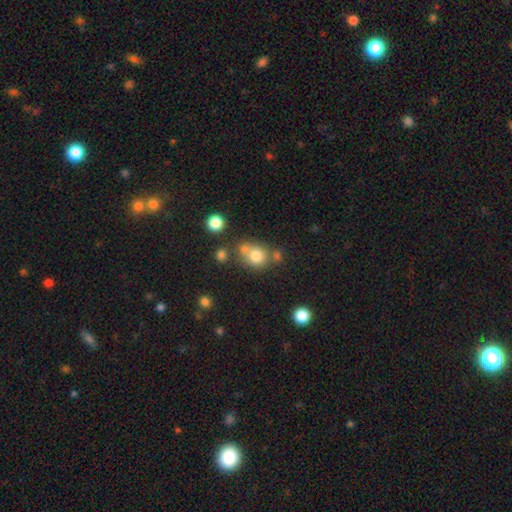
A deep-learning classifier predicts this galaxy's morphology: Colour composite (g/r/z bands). It shows a smooth galaxy with no disk features (76%) that is round (76%). Merging: none (52%).